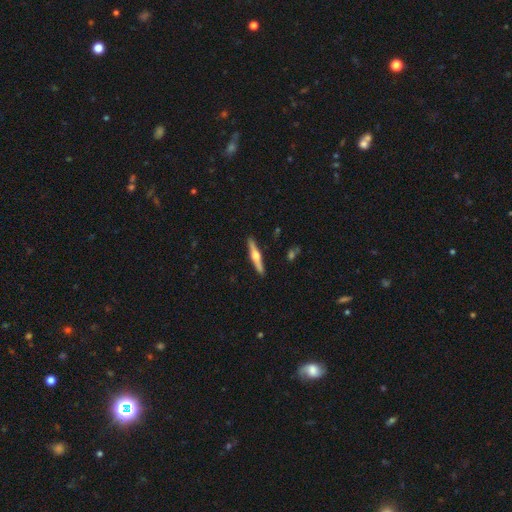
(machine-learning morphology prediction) type=featured or disk (70%); edge-on=yes (98%); edge-on bulge=rounded (94%); merging=none (91%).